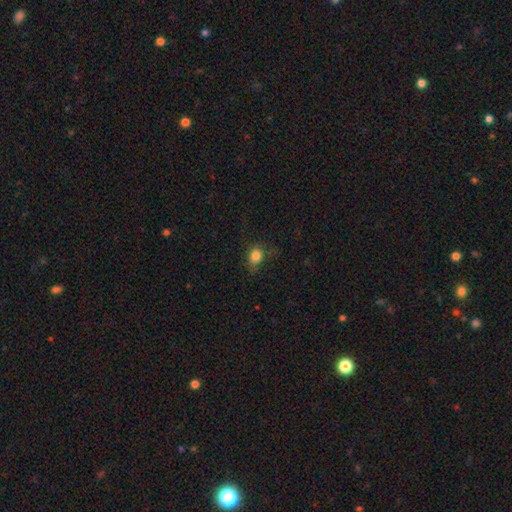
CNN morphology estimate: This is clearly a smooth galaxy (83%). How rounded: possibly in between (57%). Merging: likely none (64%).